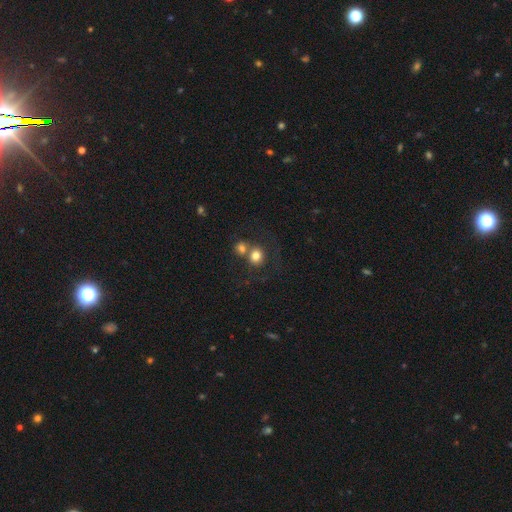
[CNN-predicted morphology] type=smooth (77%); roundness=round (82%); merging=merger (45%).